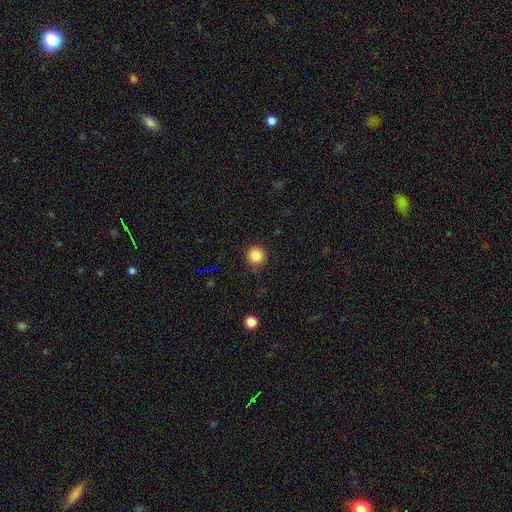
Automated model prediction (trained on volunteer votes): Morphology: type=smooth (85%); roundness=round (95%); merging=none (88%).